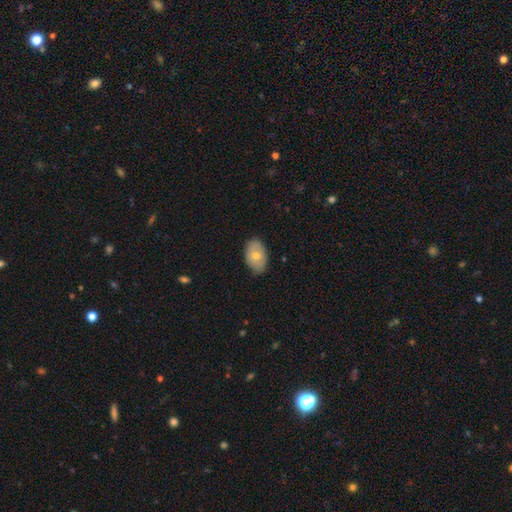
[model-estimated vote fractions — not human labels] smooth_or_featured: smooth (p=0.69) [alt: featured or disk p=0.25]
how_rounded: in between (p=0.89) [alt: round p=0.10]
merging: none (p=0.81) [alt: minor disturbance p=0.15]